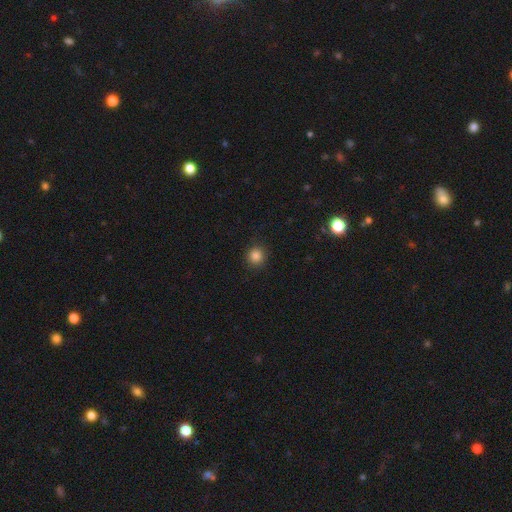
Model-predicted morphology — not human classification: smooth-or-featured: smooth: 84% | star or artifact: 12% | featured or disk: 4%
  how-rounded: round: 92% | in between: 7% | cigar-shaped: 1%
  merging: none: 90% | minor disturbance: 7% | major disturbance: 2% | merger: 1%